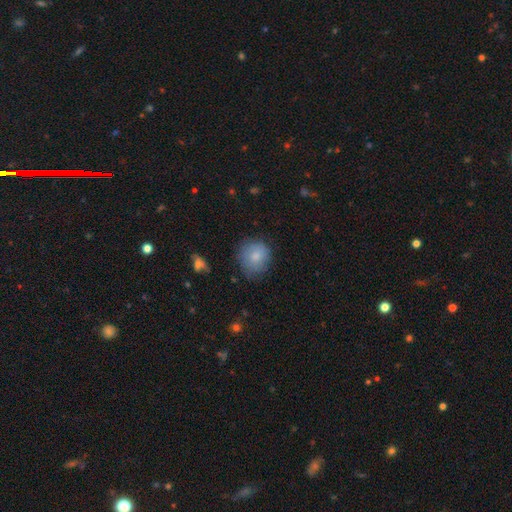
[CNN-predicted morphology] Smooth or featured? smooth (82%)
How rounded? round (83%)
Merging? none (71%)